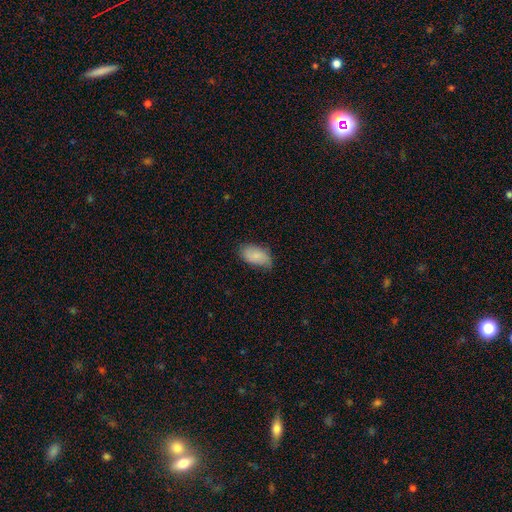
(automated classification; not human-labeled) smooth_or_featured: smooth (p=0.82) [alt: featured or disk p=0.11]
how_rounded: in between (p=0.94) [alt: round p=0.03]
merging: none (p=0.63) [alt: minor disturbance p=0.30]